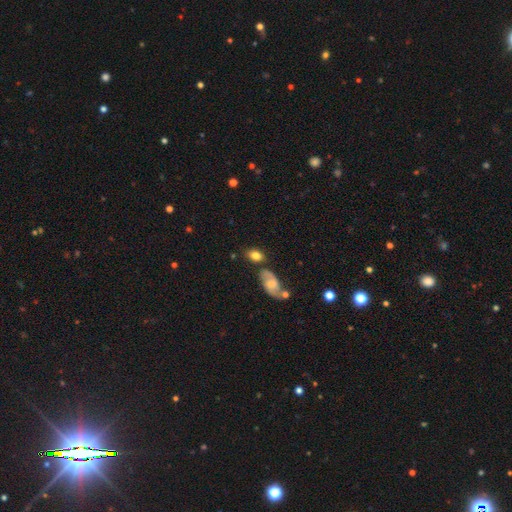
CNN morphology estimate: Smooth or featured?
  - smooth: 76% *
  - featured or disk: 16%
  - star or artifact: 8%
How rounded?
  - in between: 78% *
  - round: 20%
  - cigar-shaped: 3%
Merging?
  - none: 62% *
  - minor disturbance: 18%
  - merger: 15%
  - major disturbance: 5%